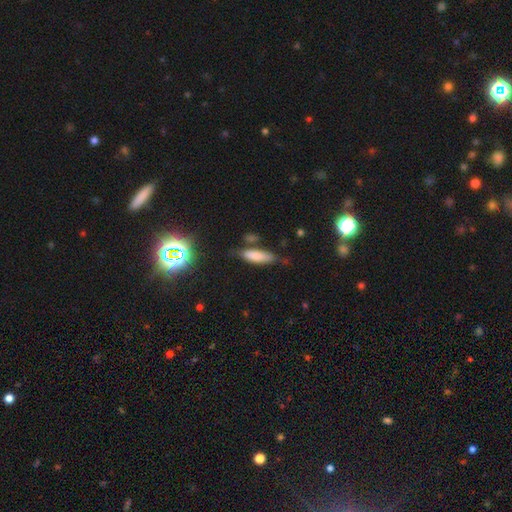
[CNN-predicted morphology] Smooth or featured? smooth (75%)
How rounded? cigar-shaped (53%)
Merging? none (64%)